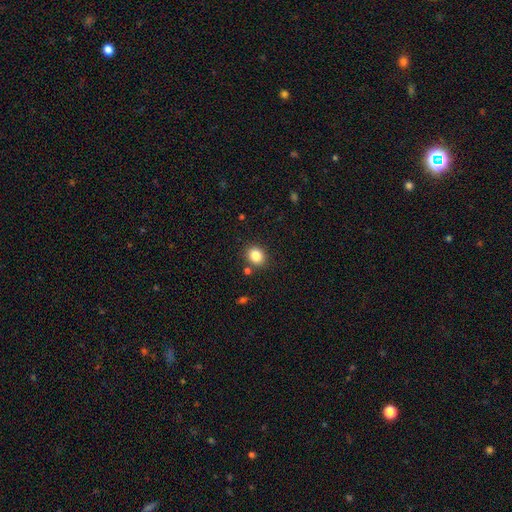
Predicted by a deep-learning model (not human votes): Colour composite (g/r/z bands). It shows a smooth galaxy with no disk features (84%) that is round (67%). Merging: none (83%).